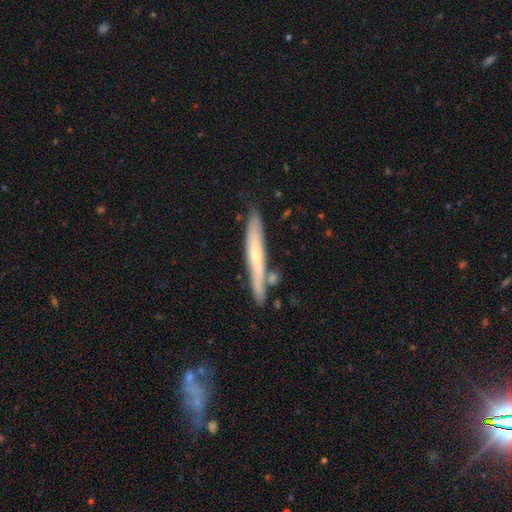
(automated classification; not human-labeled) Smooth or featured? featured or disk (53%)
Edge-on disk? yes (85%)
Merging? none (74%)